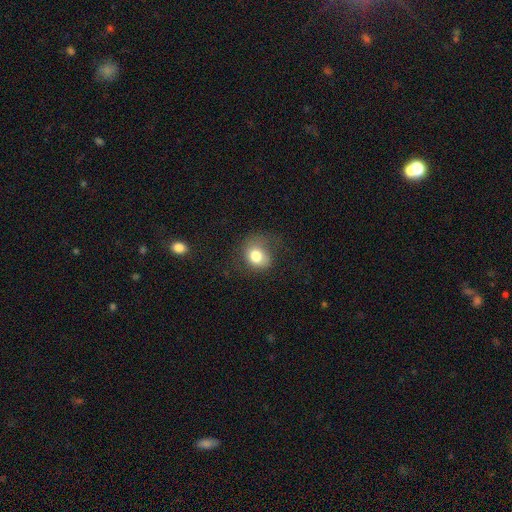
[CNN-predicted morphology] smooth_or_featured: smooth (p=0.76) [alt: featured or disk p=0.14]
how_rounded: round (p=0.60) [alt: in between p=0.39]
merging: none (p=0.47) [alt: minor disturbance p=0.28]